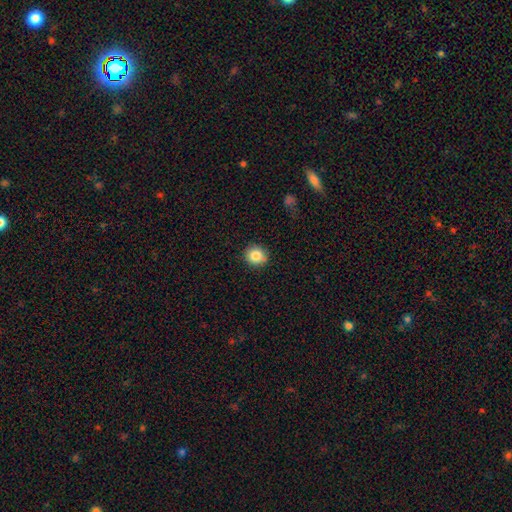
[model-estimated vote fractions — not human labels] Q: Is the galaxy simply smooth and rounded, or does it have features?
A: smooth — 85%.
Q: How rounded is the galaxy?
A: round — 88%.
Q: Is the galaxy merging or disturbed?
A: none — 89%.